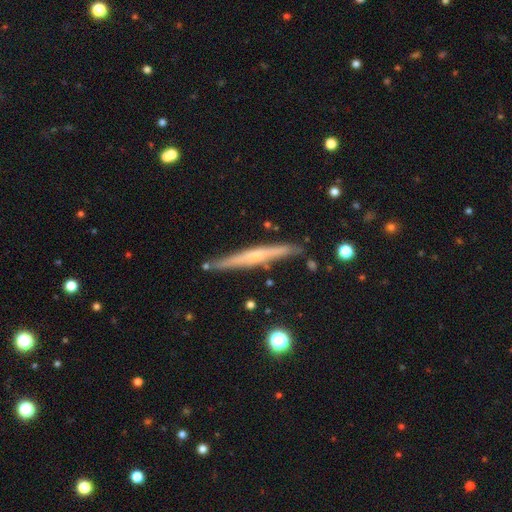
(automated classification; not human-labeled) Smooth or featured?
  - featured or disk: 61% *
  - smooth: 32%
  - star or artifact: 6%
Edge-on disk?
  - yes: 97% *
  - no: 3%
Edge-on bulge?
  - rounded: 45% *
  - none: 44%
  - boxy: 11%
Merging?
  - none: 85% *
  - minor disturbance: 10%
  - merger: 3%
  - major disturbance: 2%